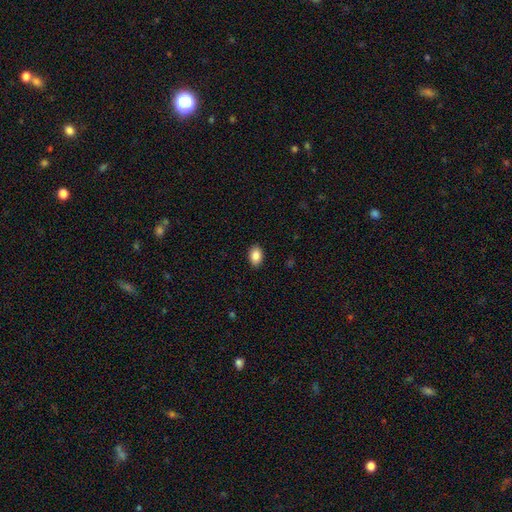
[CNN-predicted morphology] A smooth galaxy with no disk features (87%) that is in between round and cigar-shaped (86%). Merging: none (90%).